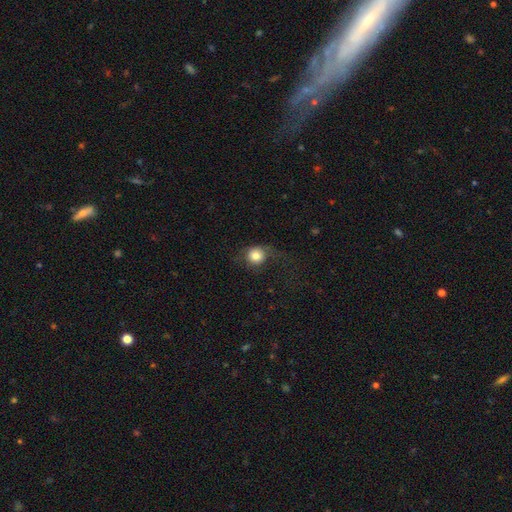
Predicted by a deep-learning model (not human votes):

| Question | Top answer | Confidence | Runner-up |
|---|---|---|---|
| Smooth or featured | smooth | 79% | featured or disk (12%) |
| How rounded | round | 86% | in between (13%) |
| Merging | none | 51% | major disturbance (26%) |